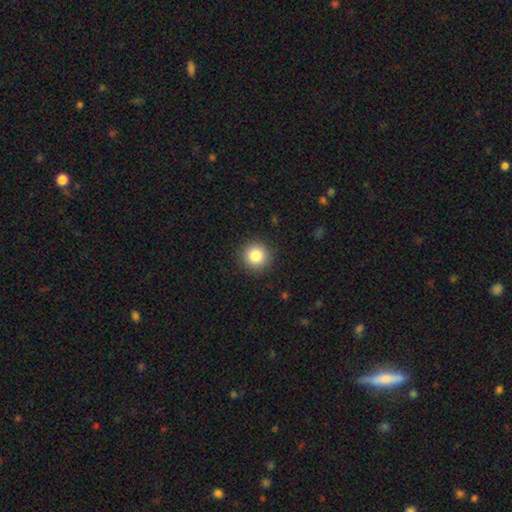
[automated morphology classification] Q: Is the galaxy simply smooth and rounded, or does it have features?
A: smooth — 84%.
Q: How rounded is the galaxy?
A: round — 95%.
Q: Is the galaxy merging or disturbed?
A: none — 92%.